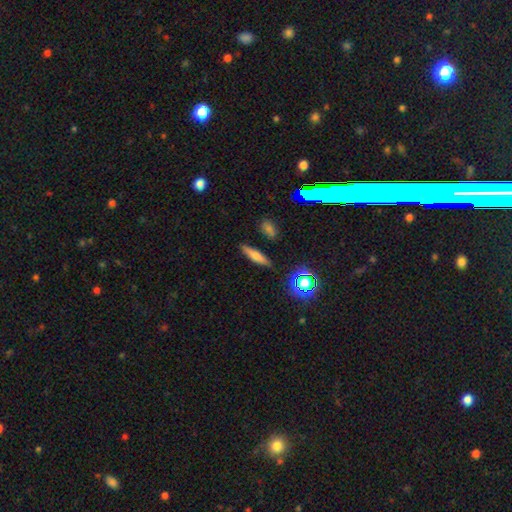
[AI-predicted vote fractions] Smooth or featured: smooth — 65% (featured or disk — 24%)
How rounded: cigar-shaped — 70% (in between — 26%)
Merging: none — 85% (minor disturbance — 10%)